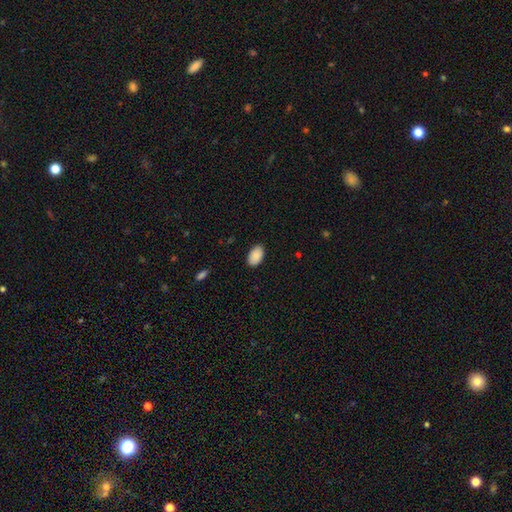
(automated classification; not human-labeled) Smooth or featured? Predicted: smooth (p=0.90). How rounded? Predicted: in between (p=0.94). Merging? Predicted: none (p=0.88).